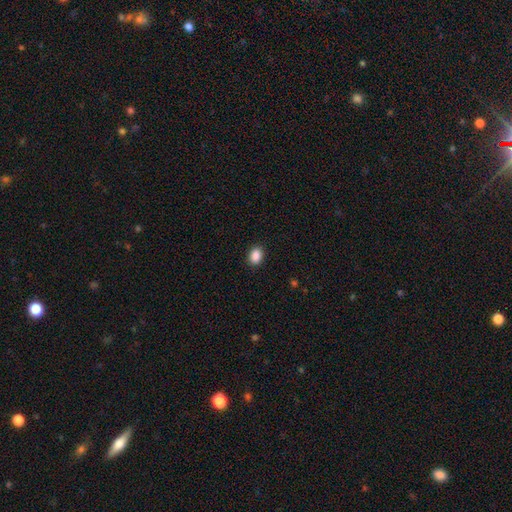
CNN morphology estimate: A smooth galaxy with no disk features (88%) that is in between round and cigar-shaped (66%).

Vote fractions:
- Smooth or featured? smooth: 88% / star or artifact: 9% / featured or disk: 3%
- How rounded? in between: 66% / round: 33% / cigar-shaped: 1%
- Merging? none: 90% / minor disturbance: 7% / major disturbance: 2% / merger: 1%